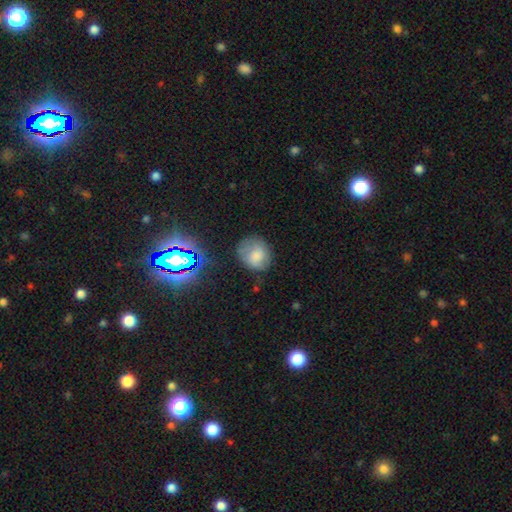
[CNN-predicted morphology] Smooth or featured? Predicted: smooth (p=0.71). How rounded? Predicted: round (p=0.72). Merging? Predicted: none (p=0.65).